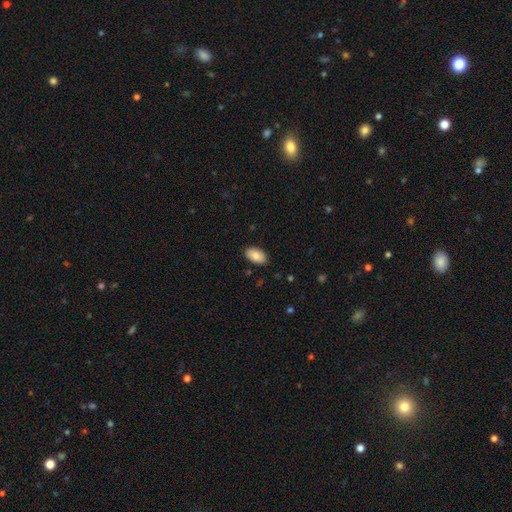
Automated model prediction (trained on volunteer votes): smooth 87%, star or artifact 7%, featured or disk 6%. Down the decision tree: how rounded — in between (95%); merging — none (88%).